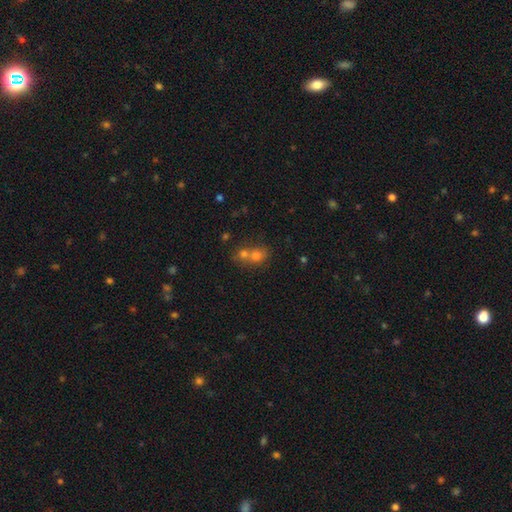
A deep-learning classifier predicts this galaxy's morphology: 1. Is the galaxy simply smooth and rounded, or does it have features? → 66% smooth, 19% star or artifact, 15% featured or disk.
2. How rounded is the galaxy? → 69% round, 30% in between, 1% cigar-shaped.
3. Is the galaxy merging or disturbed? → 59% merger, 32% none, 6% minor disturbance, 3% major disturbance.